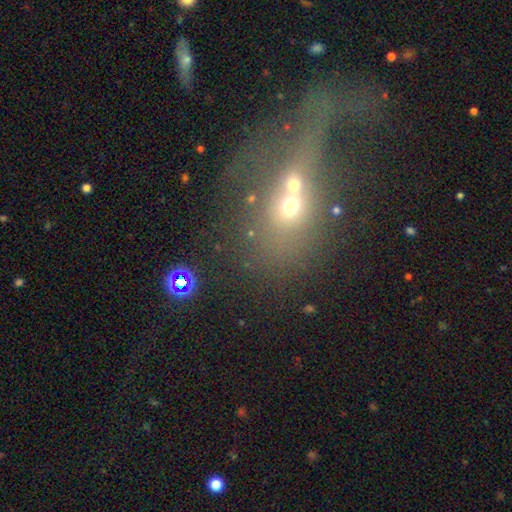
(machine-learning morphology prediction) A smooth galaxy with no disk features (41%). Merging: merger (60%).